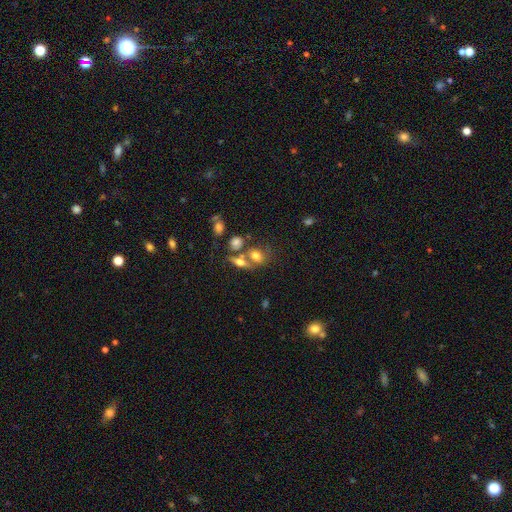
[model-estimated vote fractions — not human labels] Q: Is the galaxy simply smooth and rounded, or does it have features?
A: smooth — 65%.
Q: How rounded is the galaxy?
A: in between — 60%.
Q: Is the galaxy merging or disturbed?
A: none — 42%.